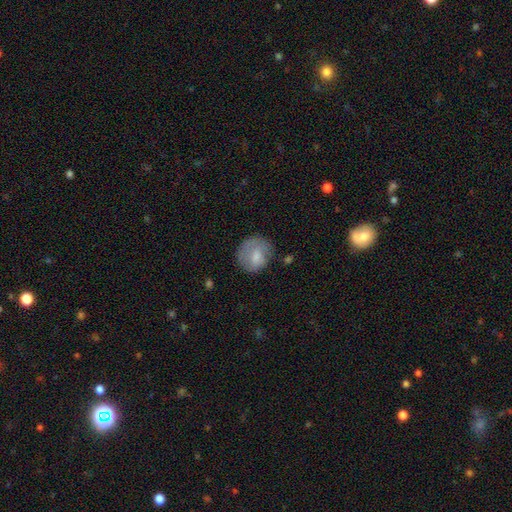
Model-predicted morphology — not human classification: This appears to be a smooth galaxy with no disk features (74%) that is round (76%). Merging: none (63%).